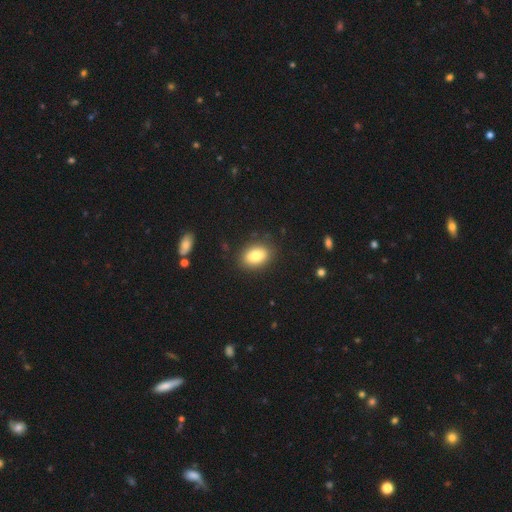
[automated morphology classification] Overall: smooth (81%). How rounded: in between (80%). Merging: none (86%).